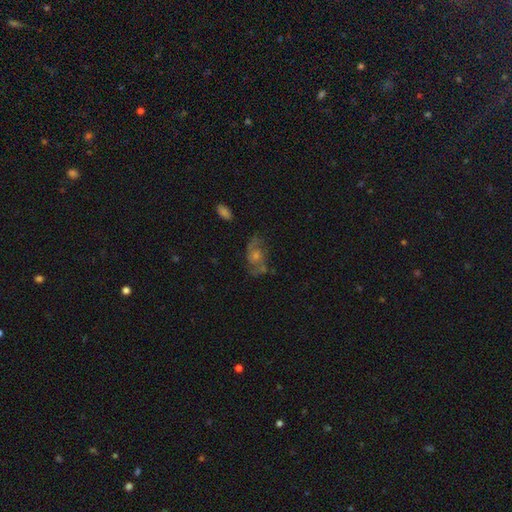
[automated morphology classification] The model was most divided on "bulge size": moderate: 45%, small: 42%, none: 6%, large: 5%, dominant: 2%. More confident: edge-on disk — no (94%); spiral arms — yes (81%); bar — no (73%); merging — none (65%); smooth or featured — featured or disk (62%).